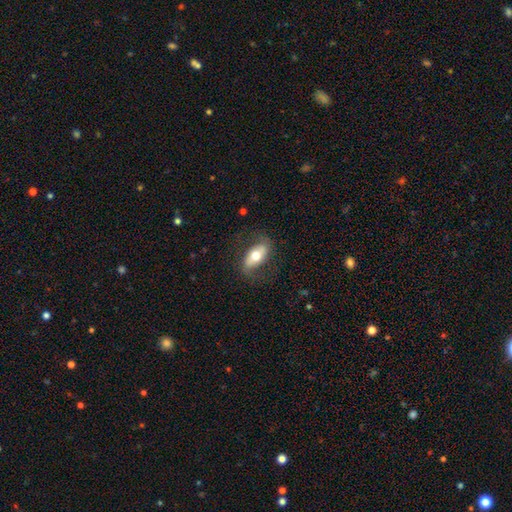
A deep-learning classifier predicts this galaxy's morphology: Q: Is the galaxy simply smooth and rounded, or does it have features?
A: smooth — 51%.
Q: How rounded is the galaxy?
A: in between — 83%.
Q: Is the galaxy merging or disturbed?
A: none — 76%.